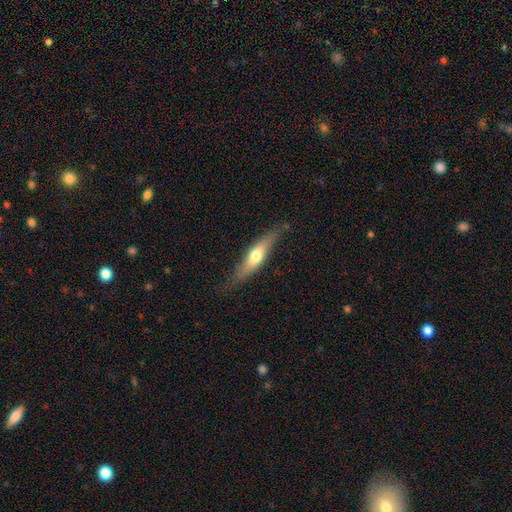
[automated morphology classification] smooth-or-featured: smooth: 50% | featured or disk: 45% | star or artifact: 6%
  merging: none: 75% | minor disturbance: 19% | major disturbance: 5% | merger: 2%